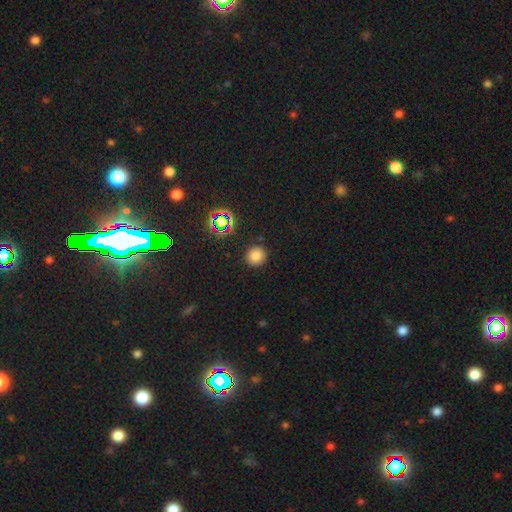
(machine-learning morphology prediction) smooth 77%, star or artifact 17%, featured or disk 6%. Down the decision tree: how rounded — round (93%); merging — none (88%).